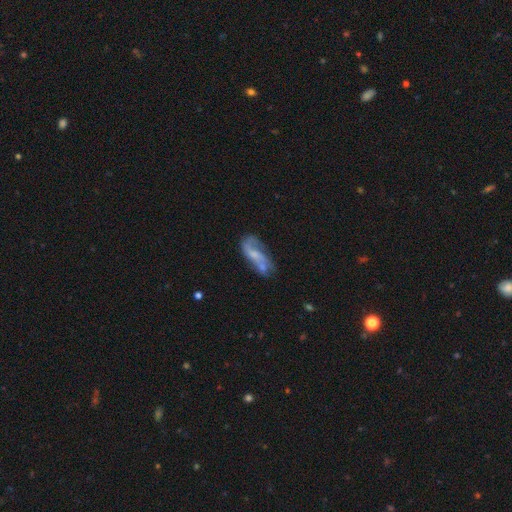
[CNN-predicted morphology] Smooth or featured? featured or disk (63%)
Edge-on disk? no (90%)
Bar? no (53%)
Spiral arms? yes (74%)
Bulge size? small (44%)
Merging? none (39%)